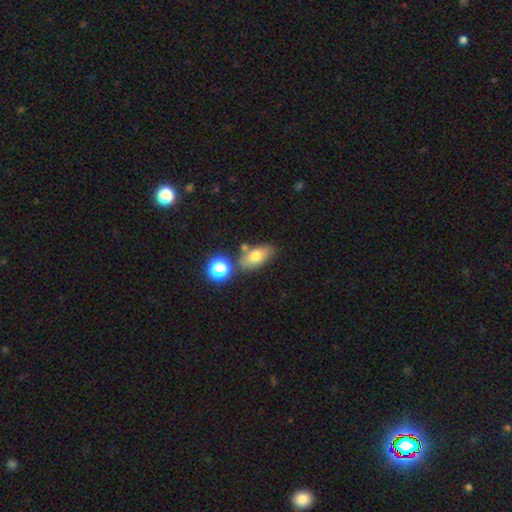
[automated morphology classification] Overall: smooth (70%). How rounded: in between (83%). Merging: none (69%).